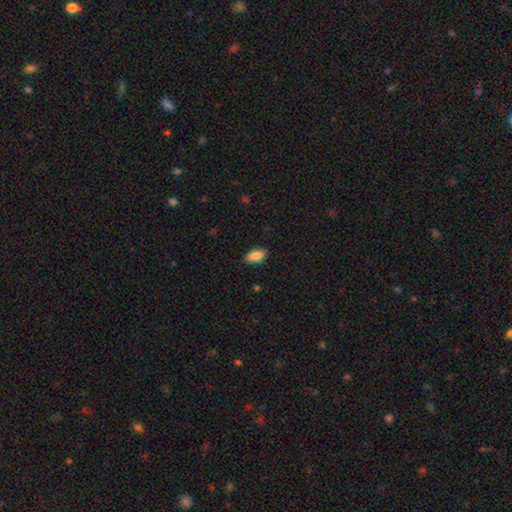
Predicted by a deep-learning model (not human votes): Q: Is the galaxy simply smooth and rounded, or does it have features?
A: smooth — 87%.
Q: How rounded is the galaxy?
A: in between — 91%.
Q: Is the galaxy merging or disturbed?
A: none — 85%.